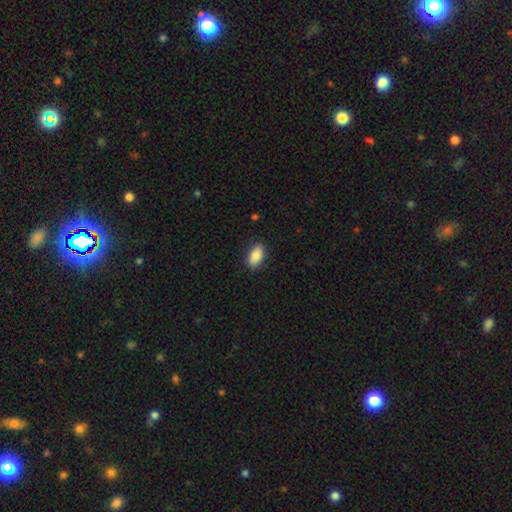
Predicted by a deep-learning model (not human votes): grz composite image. It shows a smooth galaxy with no disk features (88%) that is in between round and cigar-shaped (92%). Merging: none (87%).